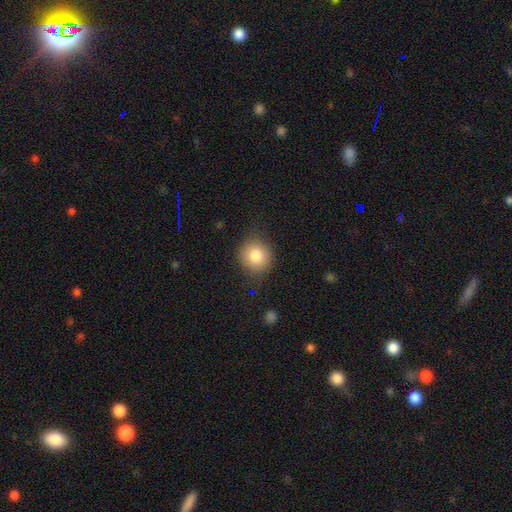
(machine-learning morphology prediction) smooth 82%, star or artifact 9%, featured or disk 9%. Down the decision tree: how rounded — round (87%); merging — none (82%).